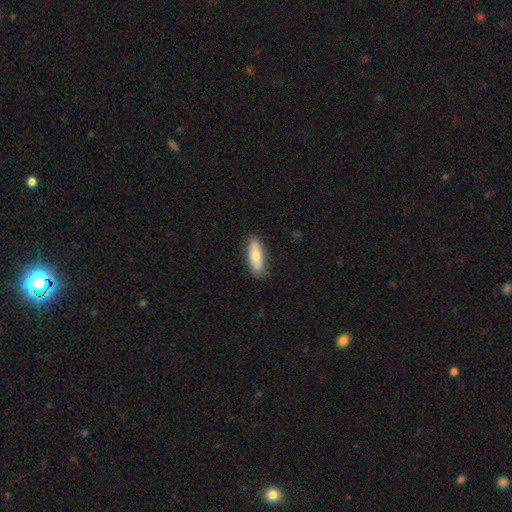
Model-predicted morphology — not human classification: Q: Smooth or featured?
A: smooth (73%); runner-up: featured or disk (21%)
Q: How rounded?
A: in between (56%); runner-up: cigar-shaped (42%)
Q: Merging?
A: none (85%); runner-up: minor disturbance (12%)